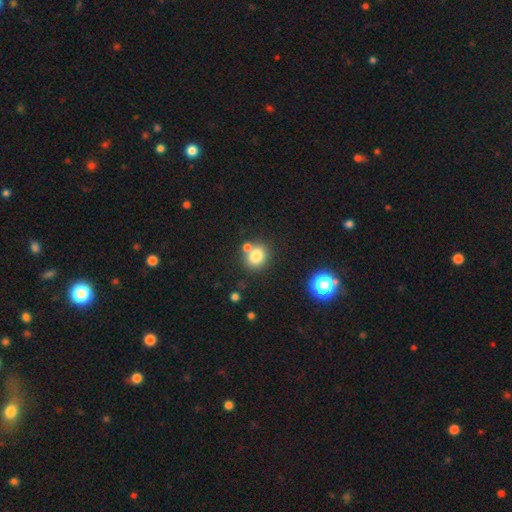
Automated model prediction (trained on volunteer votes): A smooth galaxy with no disk features (79%) that is round (73%). Merging: none (66%).